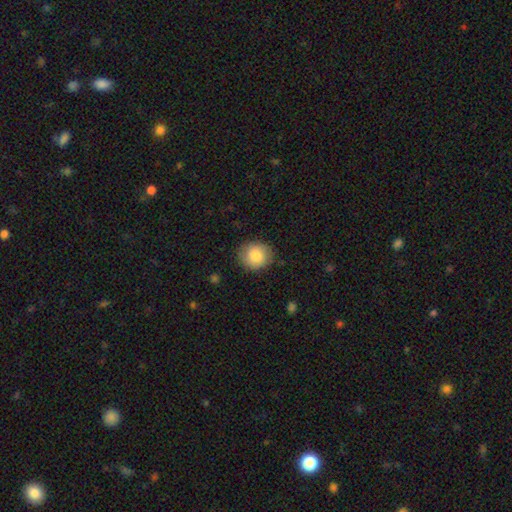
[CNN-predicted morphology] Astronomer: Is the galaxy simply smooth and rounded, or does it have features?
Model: smooth — 83%.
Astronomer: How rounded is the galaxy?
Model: round — 80%.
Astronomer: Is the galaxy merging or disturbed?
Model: none — 82%.